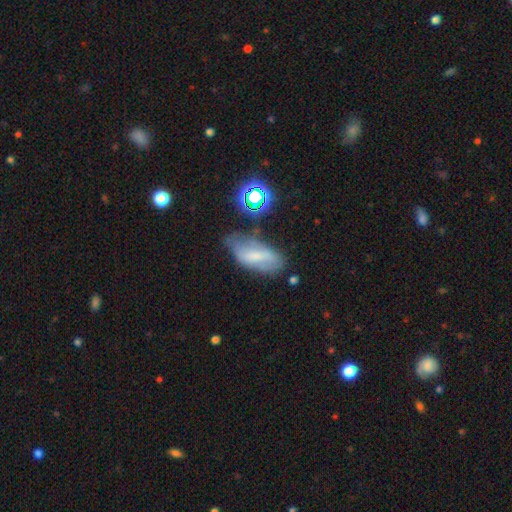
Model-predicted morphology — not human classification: smooth 48%, featured or disk 39%, star or artifact 13%. Down the decision tree: merging — none (50%).